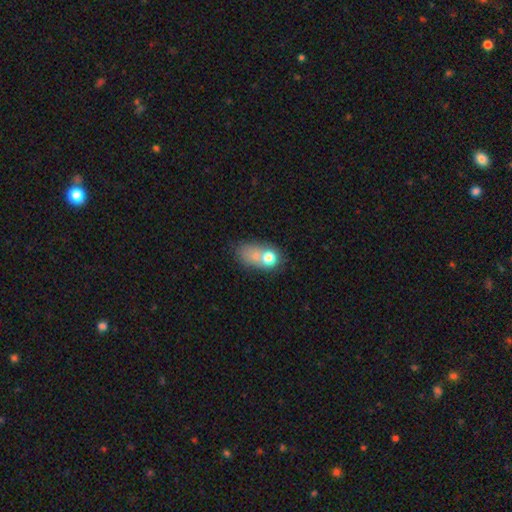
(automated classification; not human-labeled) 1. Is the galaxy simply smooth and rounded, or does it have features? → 68% smooth, 18% featured or disk, 14% star or artifact.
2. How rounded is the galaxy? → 65% in between, 33% round, 2% cigar-shaped.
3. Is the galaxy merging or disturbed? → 35% merger, 34% none, 17% minor disturbance, 14% major disturbance.